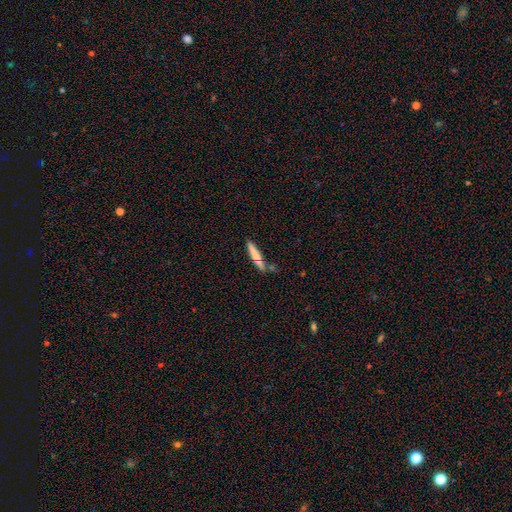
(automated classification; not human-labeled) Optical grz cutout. It shows a smooth galaxy with no disk features (66%) that is cigar-shaped (92%). Merging: none (69%).